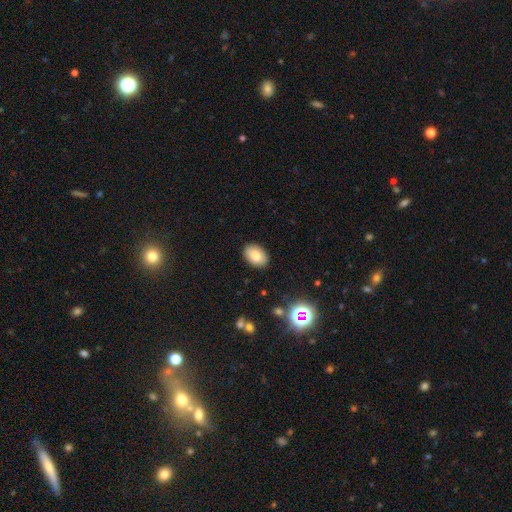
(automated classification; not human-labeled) This appears to be a smooth galaxy with no disk features (81%) that is in between round and cigar-shaped (83%). Merging: none (88%).